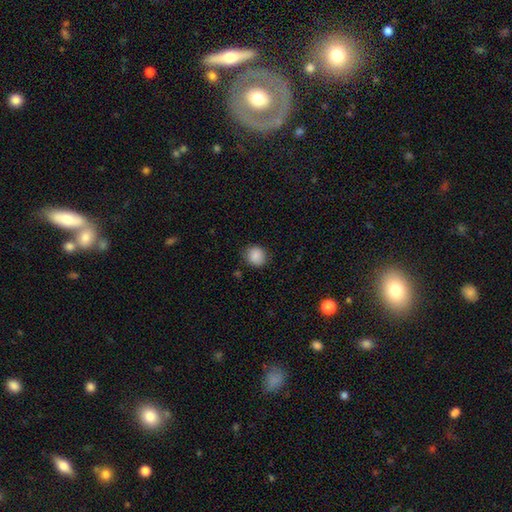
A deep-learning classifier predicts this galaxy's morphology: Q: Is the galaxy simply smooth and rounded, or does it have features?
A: smooth — 88%.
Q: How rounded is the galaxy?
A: round — 81%.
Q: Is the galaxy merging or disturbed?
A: none — 84%.